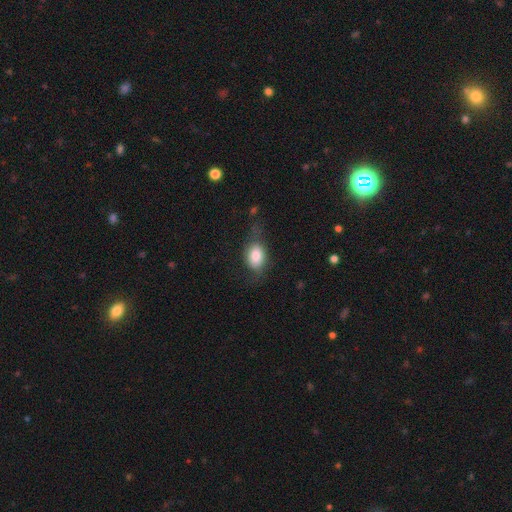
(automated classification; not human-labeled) smooth 78%, featured or disk 14%, star or artifact 8%. Down the decision tree: how rounded — in between (77%); merging — none (50%).